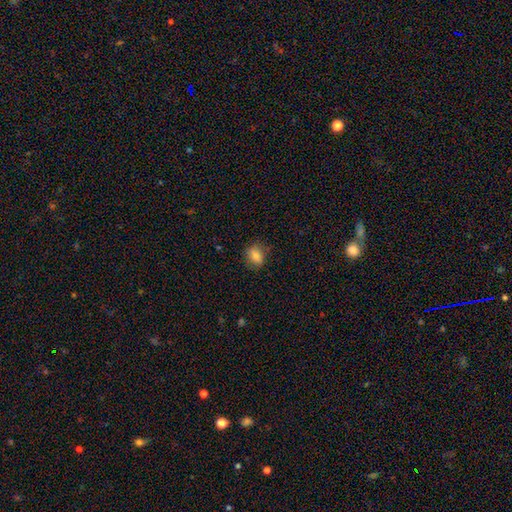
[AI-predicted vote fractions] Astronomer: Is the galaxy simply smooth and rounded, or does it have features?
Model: smooth — 81%.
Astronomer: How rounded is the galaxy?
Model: in between — 60% (runner-up: round, 39%).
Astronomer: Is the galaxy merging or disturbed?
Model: none — 79%.